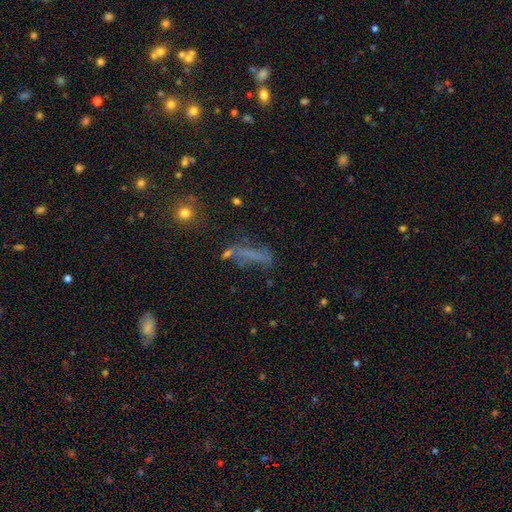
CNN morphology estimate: Smooth or featured? smooth (49%)
Merging? none (45%)